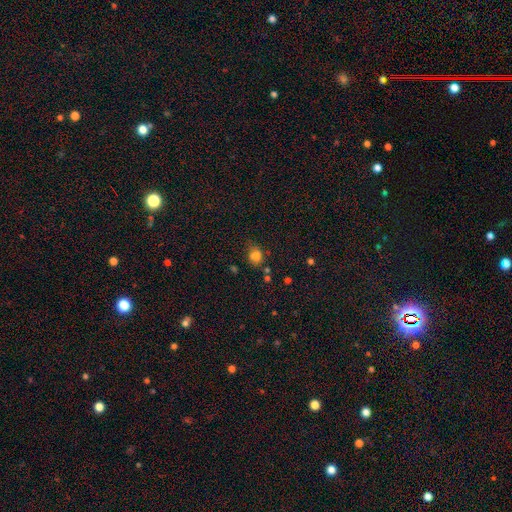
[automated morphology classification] type=smooth (78%); roundness=round (58%); merging=none (58%).